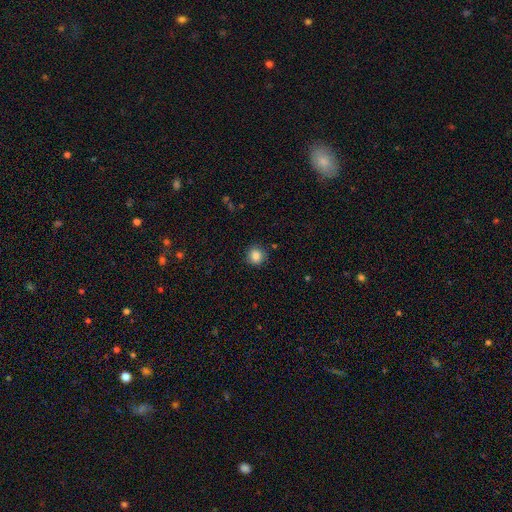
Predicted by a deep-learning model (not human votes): A smooth galaxy with no disk features (85%) that is round (89%). Merging: none (85%).